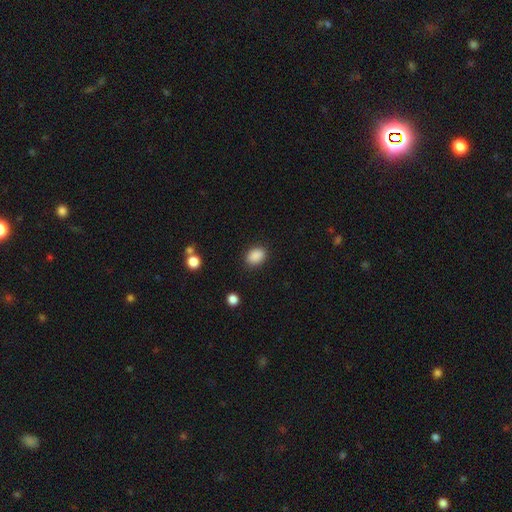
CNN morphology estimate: Q: Smooth or featured?
A: smooth (88%); runner-up: star or artifact (9%)
Q: How rounded?
A: in between (70%); runner-up: round (29%)
Q: Merging?
A: none (86%); runner-up: minor disturbance (10%)